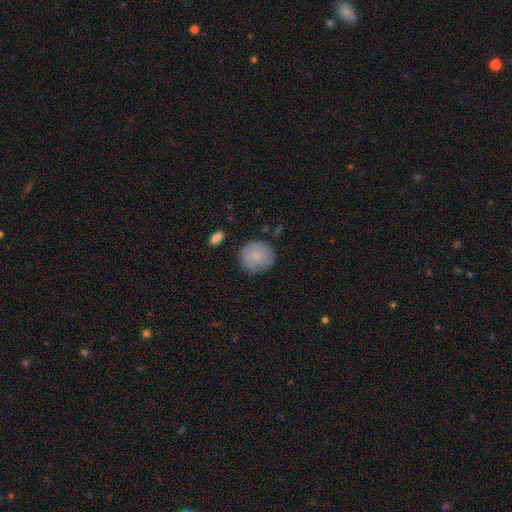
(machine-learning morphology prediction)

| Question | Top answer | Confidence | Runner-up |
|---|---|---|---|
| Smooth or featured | smooth | 81% | featured or disk (12%) |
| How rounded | round | 90% | in between (9%) |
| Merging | none | 81% | minor disturbance (14%) |